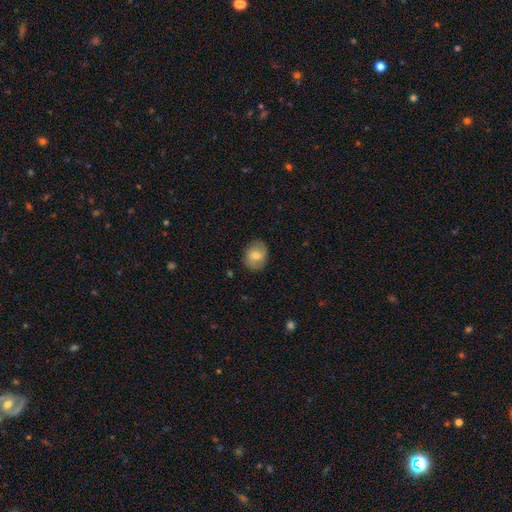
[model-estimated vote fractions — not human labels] Q: Smooth or featured?
A: smooth (65%); runner-up: featured or disk (27%)
Q: How rounded?
A: in between (52%); runner-up: round (47%)
Q: Merging?
A: none (82%); runner-up: minor disturbance (14%)